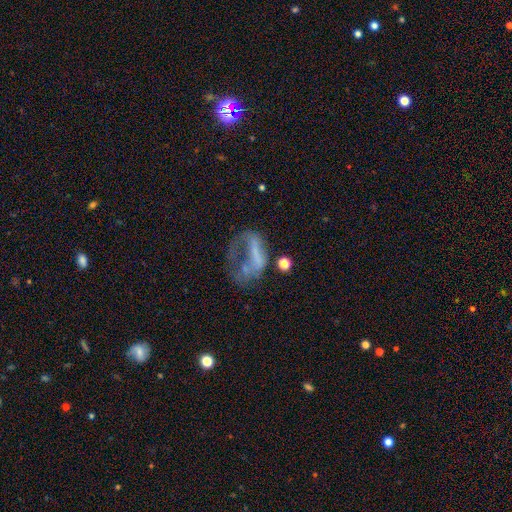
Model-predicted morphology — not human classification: Q: Smooth or featured?
A: featured or disk (50%); runner-up: smooth (34%)
Q: Edge-on disk?
A: no (95%); runner-up: yes (5%)
Q: Merging?
A: major disturbance (53%); runner-up: none (22%)